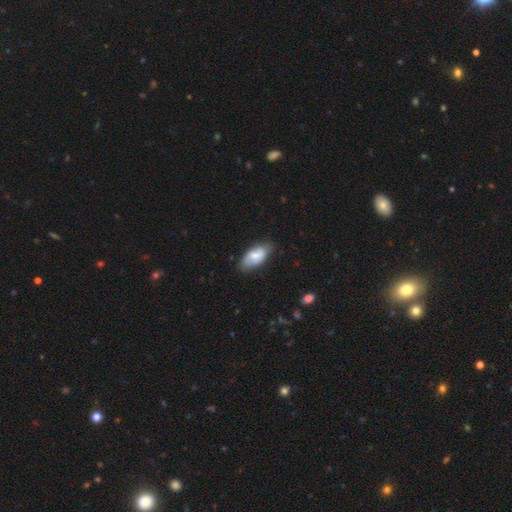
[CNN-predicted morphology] The model was most divided on "smooth or featured": smooth: 61%, featured or disk: 33%, star or artifact: 7%. More confident: how rounded — in between (92%); merging — none (71%).